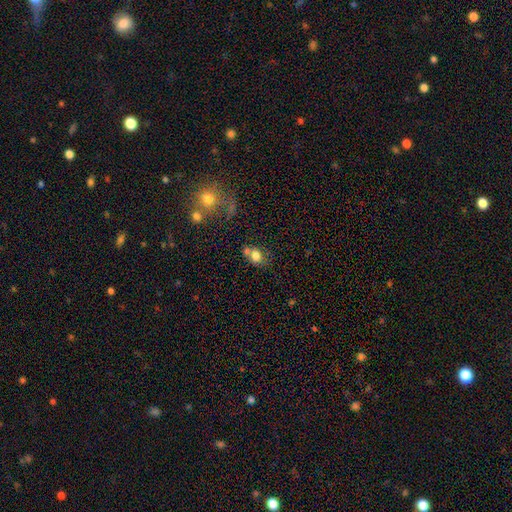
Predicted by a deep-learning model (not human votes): Smooth or featured?
  - smooth: 75% *
  - featured or disk: 13%
  - star or artifact: 11%
How rounded?
  - round: 52% *
  - in between: 47%
  - cigar-shaped: 1%
Merging?
  - none: 43% *
  - merger: 36%
  - minor disturbance: 14%
  - major disturbance: 6%